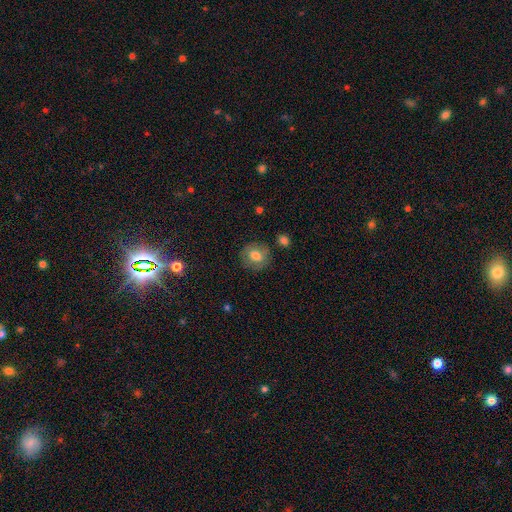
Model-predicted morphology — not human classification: A smooth galaxy with no disk features (68%) that is round (83%).

Vote fractions:
- Smooth or featured? smooth: 68% / featured or disk: 22% / star or artifact: 10%
- How rounded? round: 83% / in between: 16% / cigar-shaped: 1%
- Merging? none: 79% / minor disturbance: 14% / major disturbance: 4% / merger: 3%